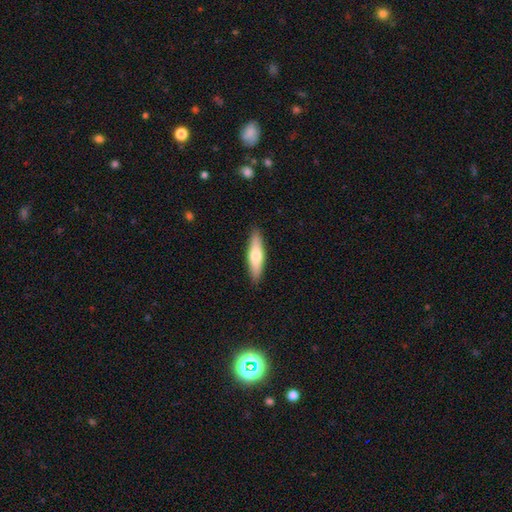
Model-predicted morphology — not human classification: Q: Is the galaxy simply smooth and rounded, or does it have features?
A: smooth — 64%.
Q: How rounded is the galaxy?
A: cigar-shaped — 72%.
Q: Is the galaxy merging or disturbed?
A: none — 90%.